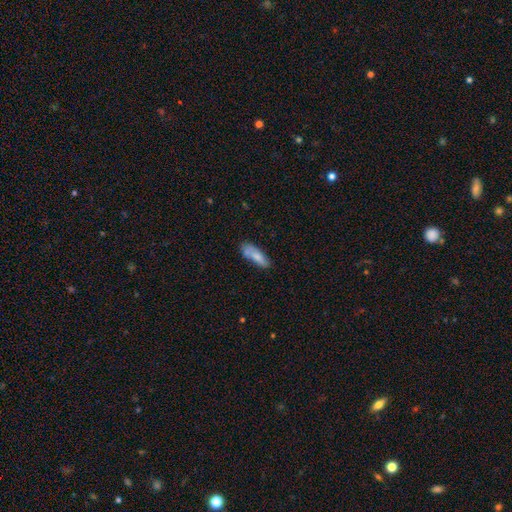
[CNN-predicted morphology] Smooth or featured: smooth — 75% (featured or disk — 18%)
How rounded: in between — 59% (cigar-shaped — 39%)
Merging: none — 54% (minor disturbance — 23%)